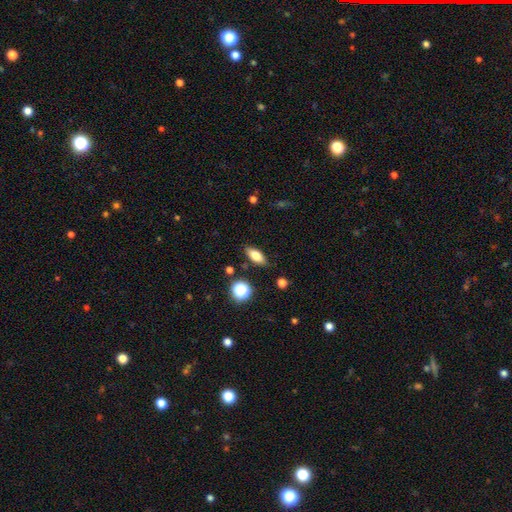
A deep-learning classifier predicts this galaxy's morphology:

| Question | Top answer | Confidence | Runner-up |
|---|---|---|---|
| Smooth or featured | smooth | 73% | featured or disk (17%) |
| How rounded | in between | 76% | cigar-shaped (18%) |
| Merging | none | 86% | minor disturbance (10%) |